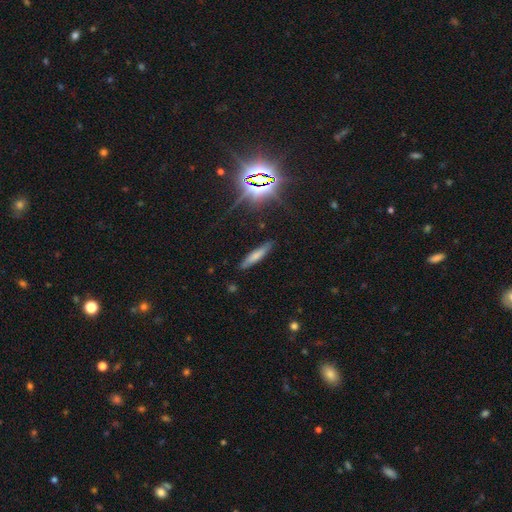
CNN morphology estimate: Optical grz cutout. It shows a smooth galaxy with no disk features (66%) that is cigar-shaped (84%). Merging: none (86%).